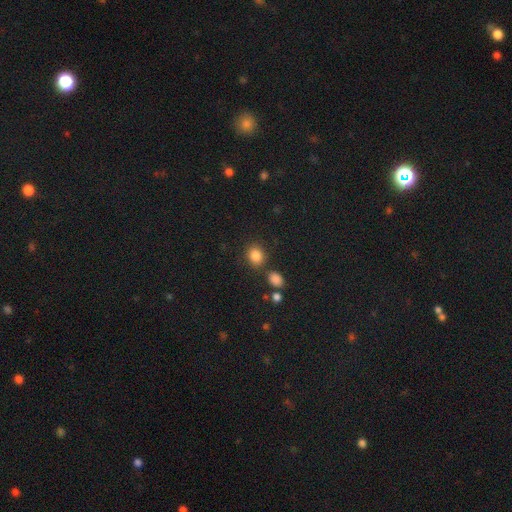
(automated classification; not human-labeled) Overall: smooth (85%). How rounded: round (59%; in between 40%). Merging: none (76%).